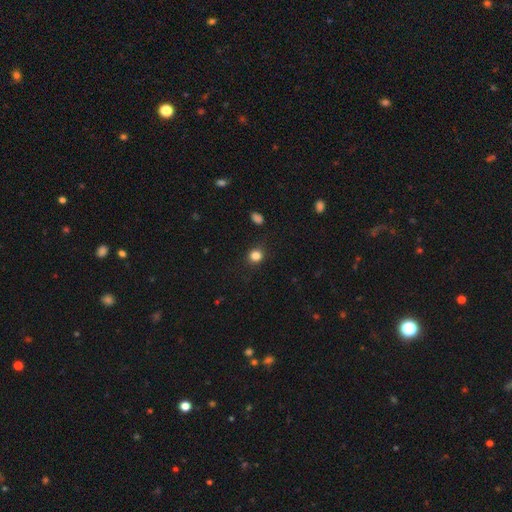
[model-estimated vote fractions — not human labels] The model was most divided on "how rounded": round: 83%, in between: 16%, cigar-shaped: 1%. More confident: merging — none (84%); smooth or featured — smooth (83%).